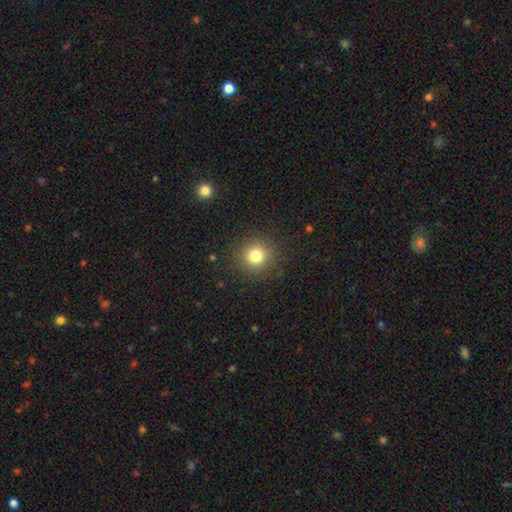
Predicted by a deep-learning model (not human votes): smooth 79%, star or artifact 14%, featured or disk 7%. Down the decision tree: how rounded — round (93%); merging — none (89%).